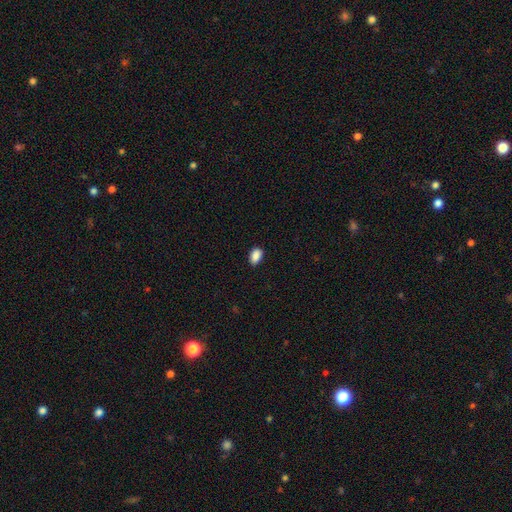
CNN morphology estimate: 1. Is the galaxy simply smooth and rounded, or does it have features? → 89% smooth, 8% star or artifact, 3% featured or disk.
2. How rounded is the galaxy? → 89% in between, 9% round, 2% cigar-shaped.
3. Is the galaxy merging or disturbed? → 87% none, 10% minor disturbance, 2% major disturbance, 1% merger.